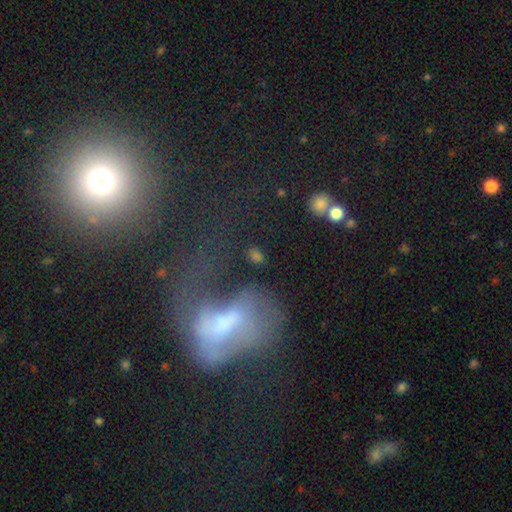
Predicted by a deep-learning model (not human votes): This appears to be a smooth galaxy with no disk features (59%) that is in between round and cigar-shaped (62%). Merging: none (62%).